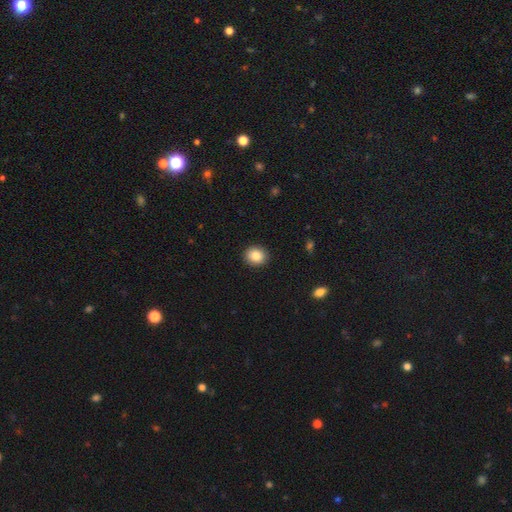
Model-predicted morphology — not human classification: Q: Smooth or featured?
A: smooth (87%); runner-up: star or artifact (9%)
Q: How rounded?
A: round (76%); runner-up: in between (23%)
Q: Merging?
A: none (91%); runner-up: minor disturbance (6%)